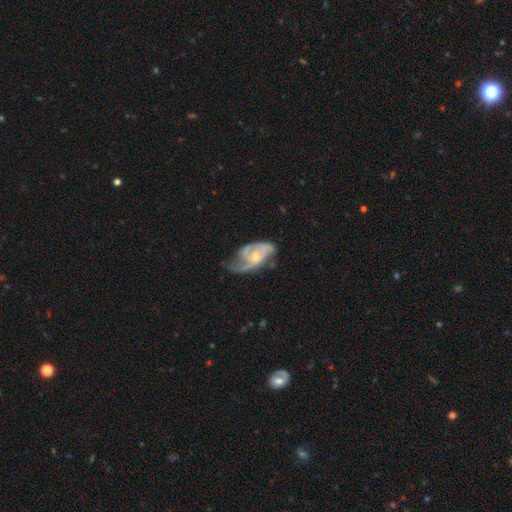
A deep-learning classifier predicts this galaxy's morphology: smooth-or-featured: featured or disk: 80% | smooth: 15% | star or artifact: 5%
  disk-edge-on: no: 96% | yes: 4%
    bar: no: 63% | weak: 31% | strong: 6%
    has-spiral-arms: yes: 88% | no: 12%
      spiral-winding: medium: 45% | loose: 30% | tight: 25%
      spiral-arm-count: 2: 61% | can't tell: 17% | 3: 10% | 1: 8% | 4: 2% | more than 4: 2%
    bulge-size: small: 49% | moderate: 43% | none: 4% | large: 2% | dominant: 1%
  merging: none: 38% | minor disturbance: 30% | major disturbance: 28% | merger: 3%